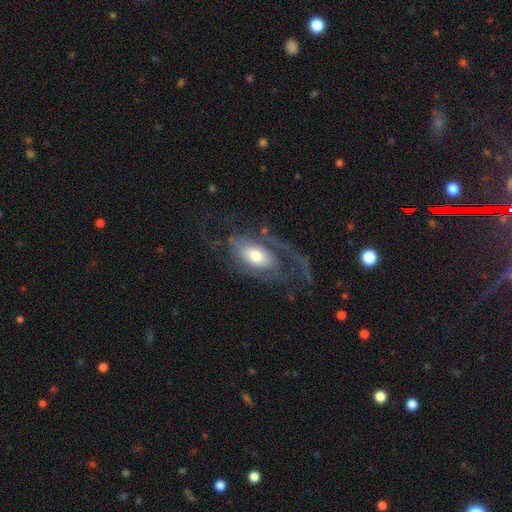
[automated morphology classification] Smooth or featured? Predicted: featured or disk (p=0.66). Edge-on disk? Predicted: no (p=0.92). Bar? Predicted: no (p=0.73). Spiral arms? Predicted: yes (p=0.71). Bulge size? Predicted: moderate (p=0.62). Merging? Predicted: major disturbance (p=0.42).